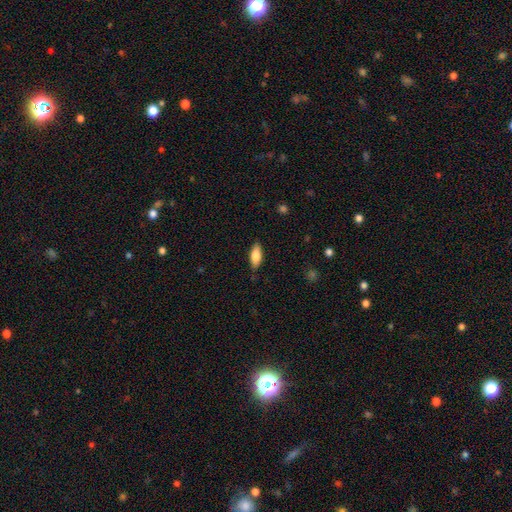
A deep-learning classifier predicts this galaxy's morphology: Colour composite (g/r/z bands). It shows a smooth galaxy with no disk features (80%) that is in between round and cigar-shaped (79%). Merging: none (84%).